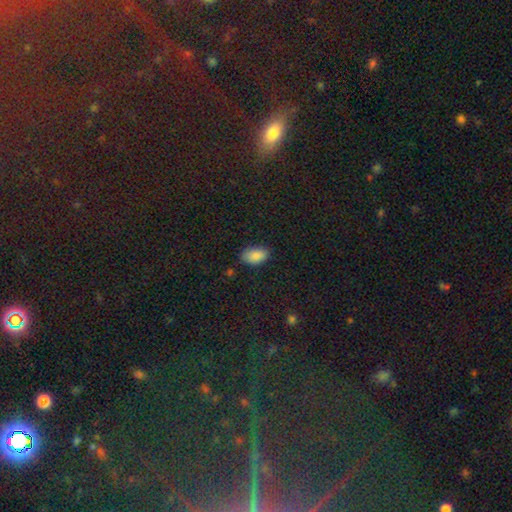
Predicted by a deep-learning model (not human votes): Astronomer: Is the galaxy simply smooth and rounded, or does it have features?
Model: smooth — 87%.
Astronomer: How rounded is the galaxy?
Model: in between — 92%.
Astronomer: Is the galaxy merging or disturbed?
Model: none — 82%.